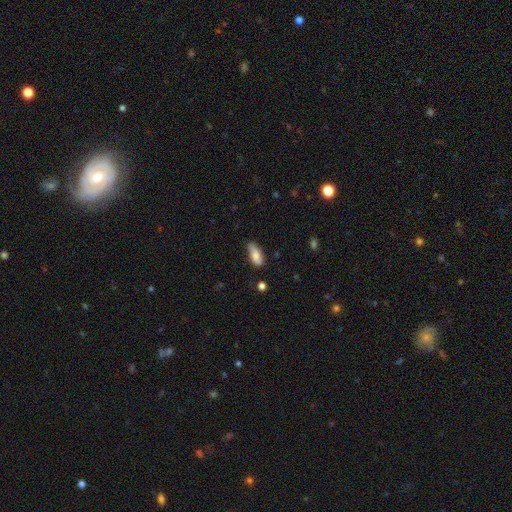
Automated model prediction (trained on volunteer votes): This appears to be a smooth galaxy with no disk features (80%) that is in between round and cigar-shaped (81%). Merging: none (68%).